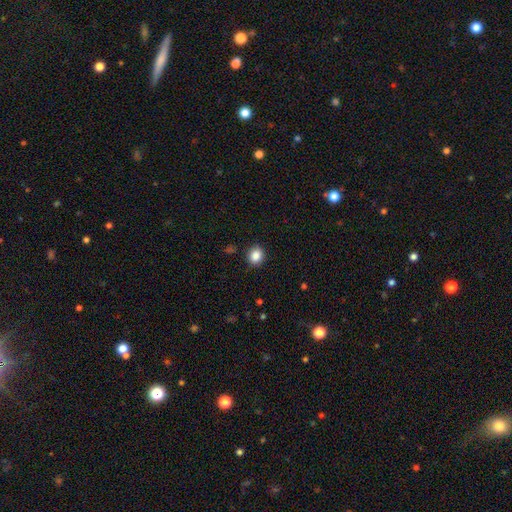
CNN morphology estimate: smooth_or_featured: smooth (p=0.87) [alt: star or artifact p=0.10]
how_rounded: round (p=0.73) [alt: in between p=0.26]
merging: none (p=0.88) [alt: minor disturbance p=0.08]